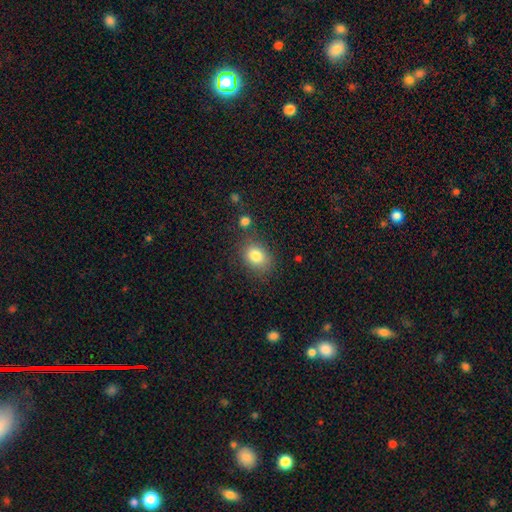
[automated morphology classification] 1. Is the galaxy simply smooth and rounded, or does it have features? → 82% smooth, 10% star or artifact, 8% featured or disk.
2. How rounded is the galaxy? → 55% in between, 44% round, 1% cigar-shaped.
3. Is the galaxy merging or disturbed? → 75% none, 14% minor disturbance, 6% merger, 5% major disturbance.